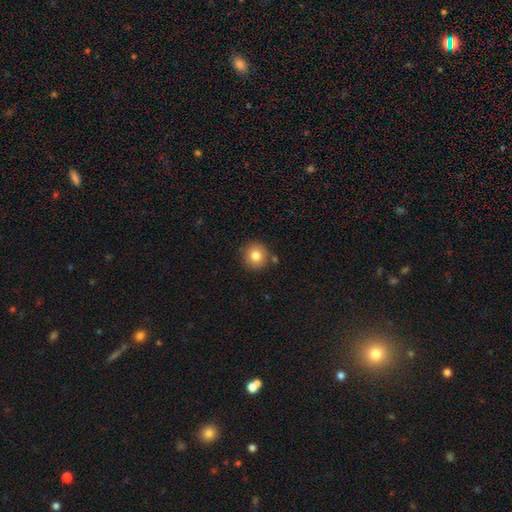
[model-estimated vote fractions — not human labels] smooth_or_featured: smooth (p=0.81) [alt: star or artifact p=0.10]
how_rounded: round (p=0.94) [alt: in between p=0.05]
merging: none (p=0.84) [alt: minor disturbance p=0.08]